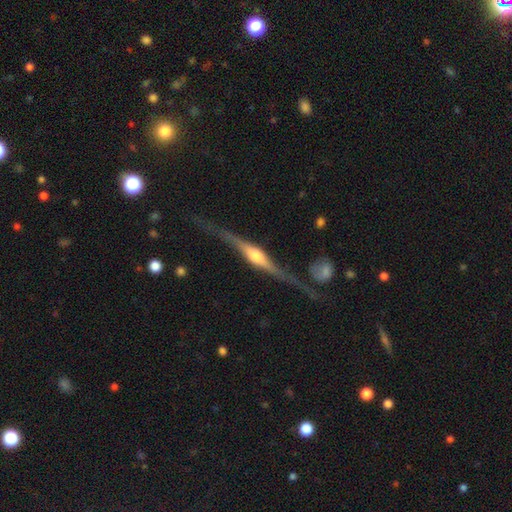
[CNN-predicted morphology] Q: Smooth or featured?
A: featured or disk (85%); runner-up: smooth (11%)
Q: Edge-on disk?
A: yes (95%); runner-up: no (5%)
Q: Edge-on bulge?
A: rounded (88%); runner-up: boxy (9%)
Q: Merging?
A: none (70%); runner-up: minor disturbance (17%)